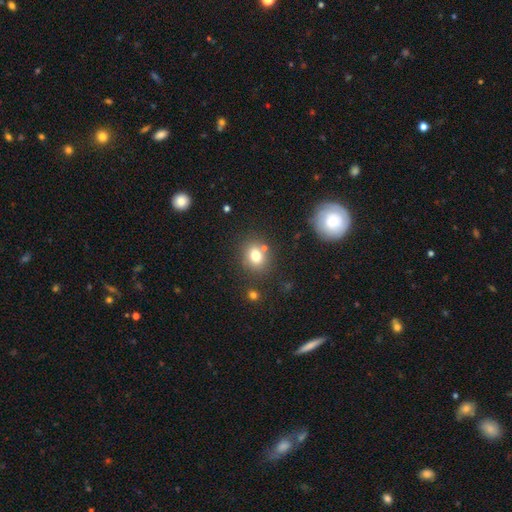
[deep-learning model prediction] smooth 76%, star or artifact 13%, featured or disk 11%. Down the decision tree: how rounded — round (66%); merging — none (74%).